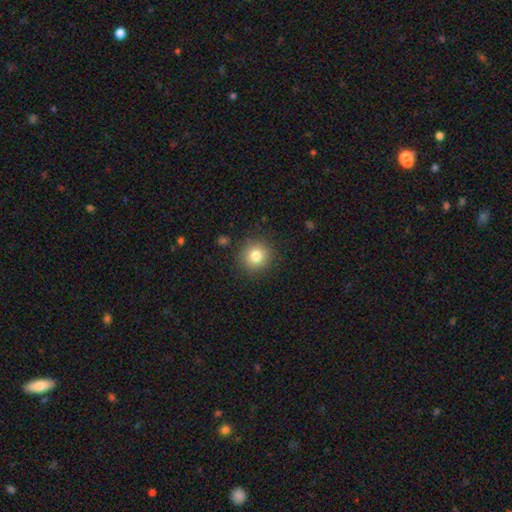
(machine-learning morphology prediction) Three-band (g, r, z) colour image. It shows a smooth galaxy with no disk features (81%) that is round (92%). Merging: none (89%).